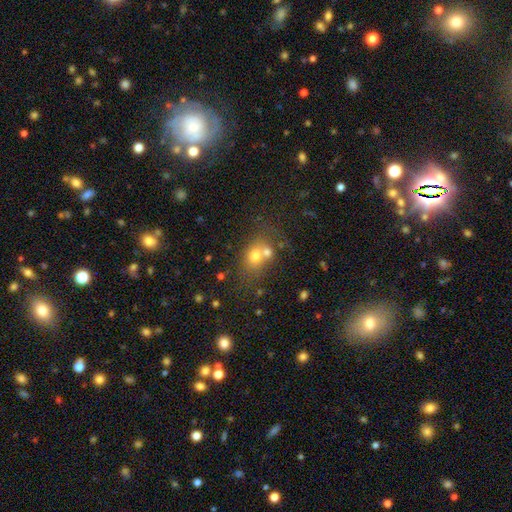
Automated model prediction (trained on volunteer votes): Smooth or featured? Predicted: smooth (p=0.68). How rounded? Predicted: round (p=0.57). Merging? Predicted: merger (p=0.46).